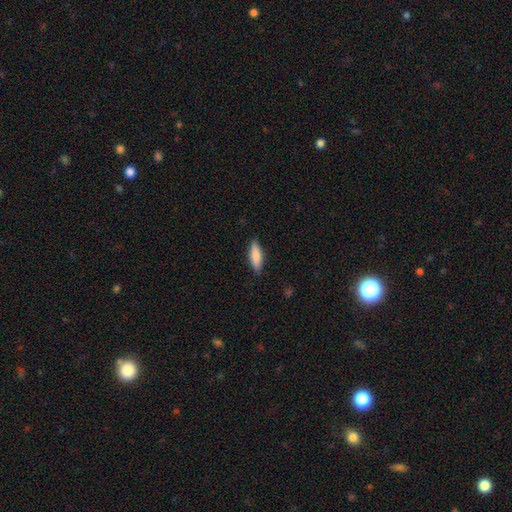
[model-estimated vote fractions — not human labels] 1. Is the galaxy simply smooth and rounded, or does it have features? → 83% smooth, 11% featured or disk, 6% star or artifact.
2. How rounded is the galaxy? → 50% cigar-shaped, 49% in between, 2% round.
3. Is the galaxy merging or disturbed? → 87% none, 10% minor disturbance, 2% major disturbance, 1% merger.